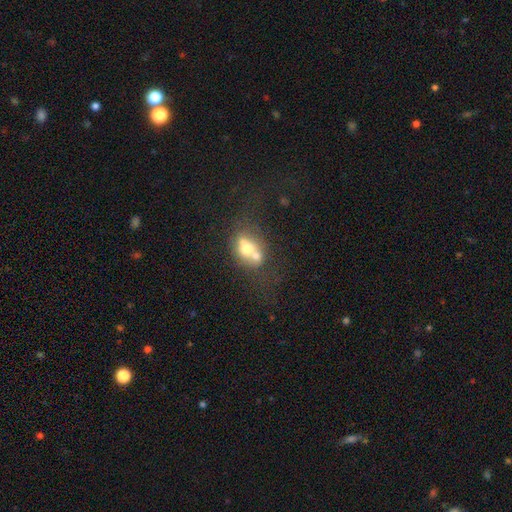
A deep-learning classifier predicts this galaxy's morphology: A smooth galaxy with no disk features (55%) that is round (55%). Merging: merger (59%).